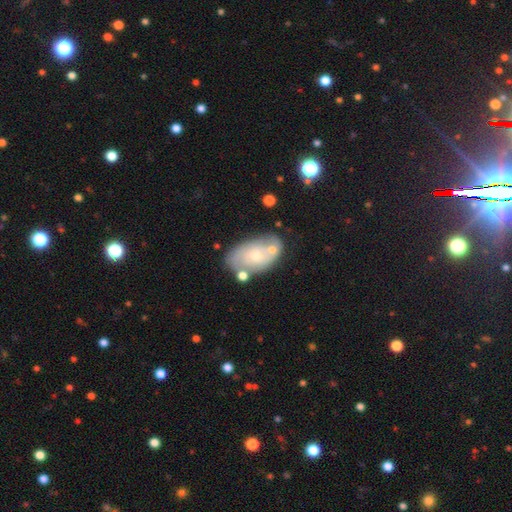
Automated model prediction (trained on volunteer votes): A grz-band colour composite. It shows a featured or disk galaxy (51%). Merging: none (51%).